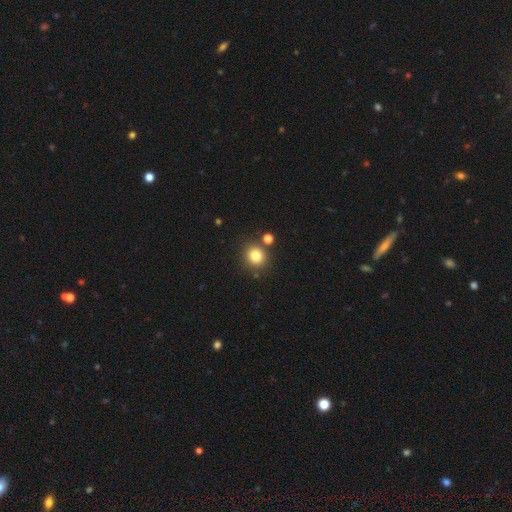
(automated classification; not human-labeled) Smooth or featured? Predicted: smooth (p=0.81). How rounded? Predicted: round (p=0.87). Merging? Predicted: none (p=0.80).